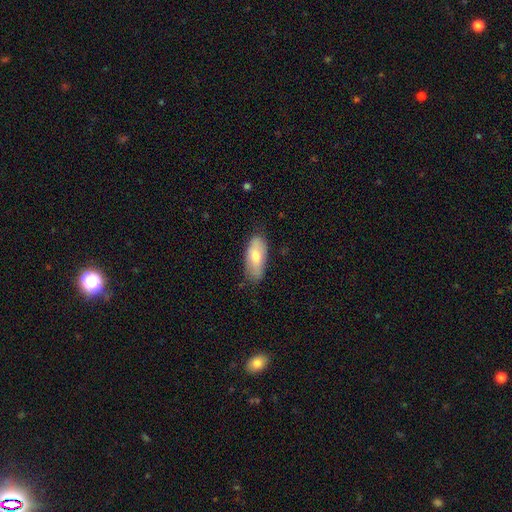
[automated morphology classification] This is likely a smooth galaxy (70%). How rounded: clearly in between (87%). Merging: likely none (74%).